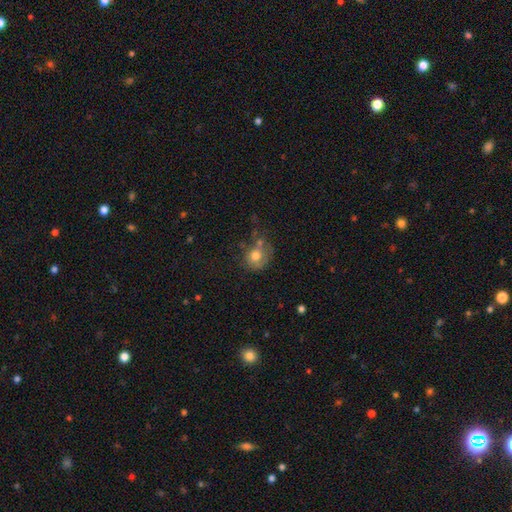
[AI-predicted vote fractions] Smooth or featured: smooth — 69% (featured or disk — 21%)
How rounded: round — 67% (in between — 32%)
Merging: none — 39% (minor disturbance — 26%)